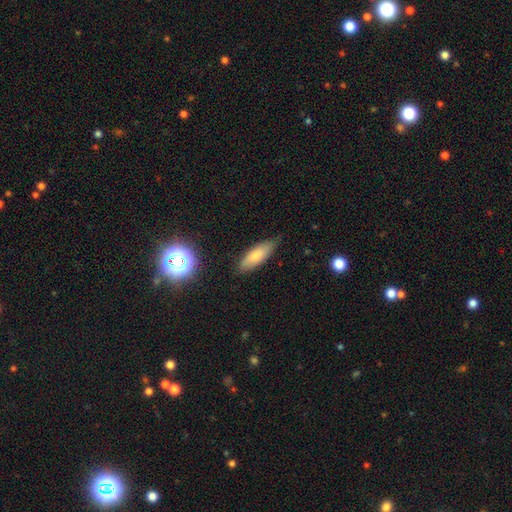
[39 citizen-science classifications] smooth-or-featured: smooth: 72% | featured or disk: 23% | star or artifact: 5%
  how-rounded: in between: 75% | cigar-shaped: 25% | round: 0%
  merging: none: 68% | minor disturbance: 27% | merger: 5% | major disturbance: 0%